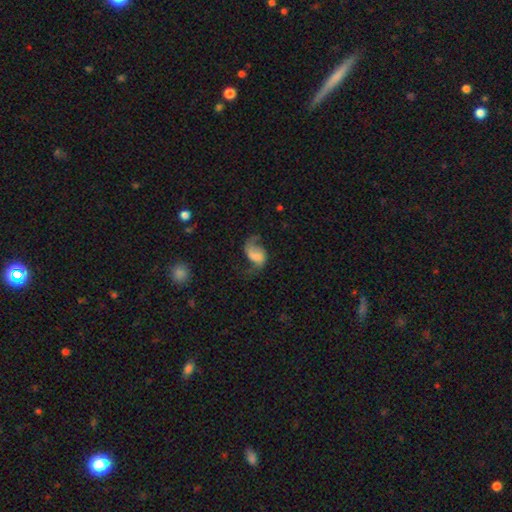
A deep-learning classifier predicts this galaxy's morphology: This appears to be a featured or disk galaxy (57%) with no bar (50%), spiral arms (84%) and no central bulge (46%). Merging: major disturbance (38%).